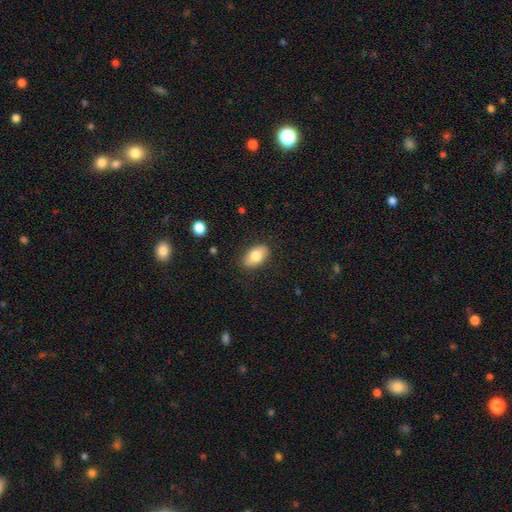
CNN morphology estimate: Overall: smooth (79%). How rounded: in between (91%). Merging: none (84%).